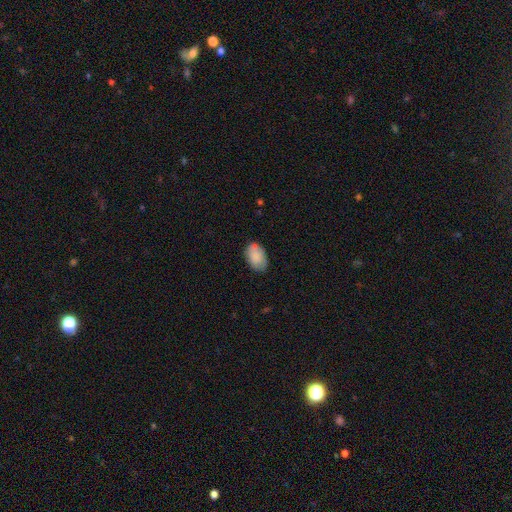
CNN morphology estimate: A smooth galaxy with no disk features (83%) that is in between round and cigar-shaped (91%). Merging: none (73%).